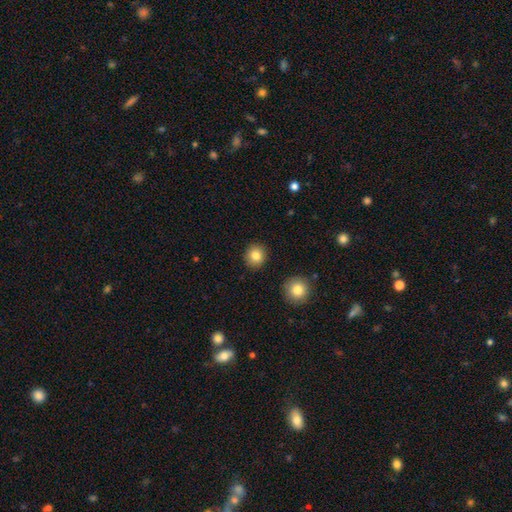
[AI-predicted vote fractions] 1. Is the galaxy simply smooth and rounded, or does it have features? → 83% smooth, 10% star or artifact, 7% featured or disk.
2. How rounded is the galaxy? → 89% round, 10% in between, 1% cigar-shaped.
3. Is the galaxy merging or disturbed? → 90% none, 6% minor disturbance, 2% major disturbance, 2% merger.